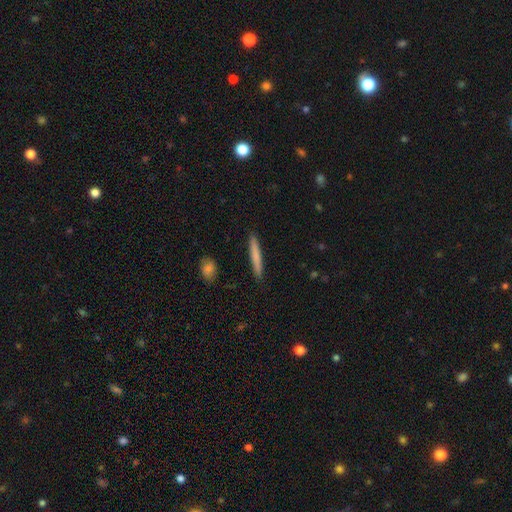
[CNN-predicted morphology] Overall: smooth (73%). How rounded: cigar-shaped (96%). Merging: none (91%).